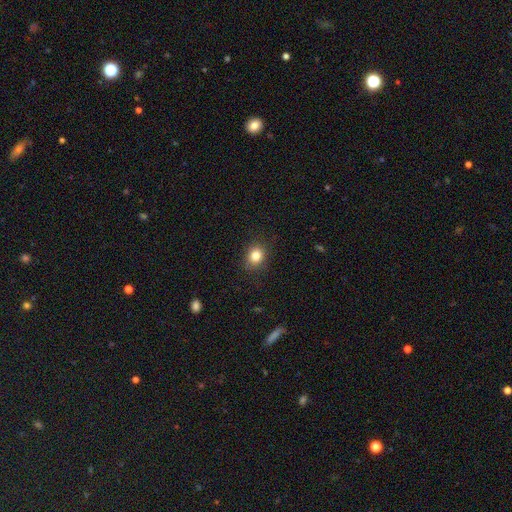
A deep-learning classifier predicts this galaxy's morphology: Overall: smooth (83%). How rounded: round (62%; in between 37%). Merging: none (86%).